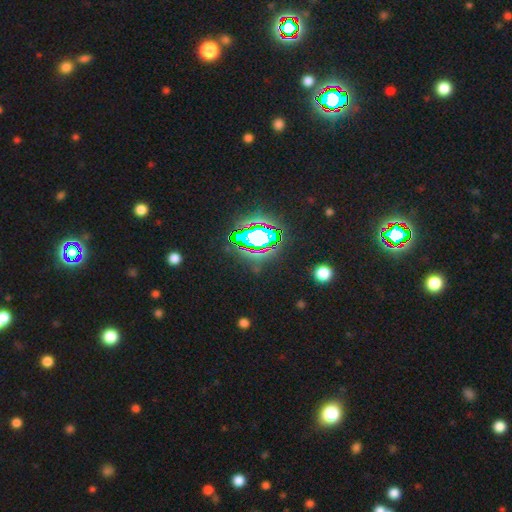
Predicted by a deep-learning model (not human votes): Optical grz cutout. It shows a star or artifact, not a galaxy (80%).